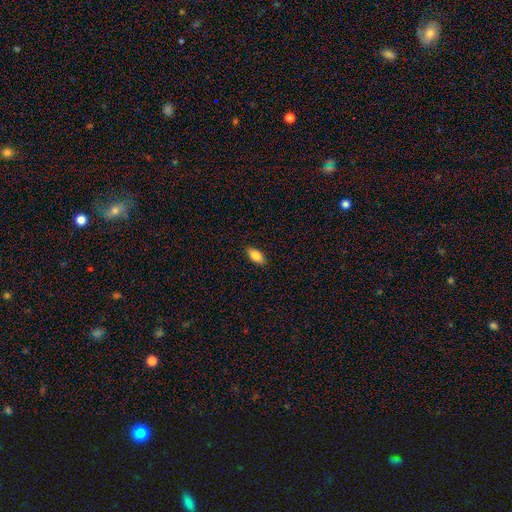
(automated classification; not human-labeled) A smooth galaxy with no disk features (84%) that is in between round and cigar-shaped (90%).

Vote fractions:
- Smooth or featured? smooth: 84% / featured or disk: 9% / star or artifact: 7%
- How rounded? in between: 90% / cigar-shaped: 7% / round: 3%
- Merging? none: 88% / minor disturbance: 9% / major disturbance: 2% / merger: 1%